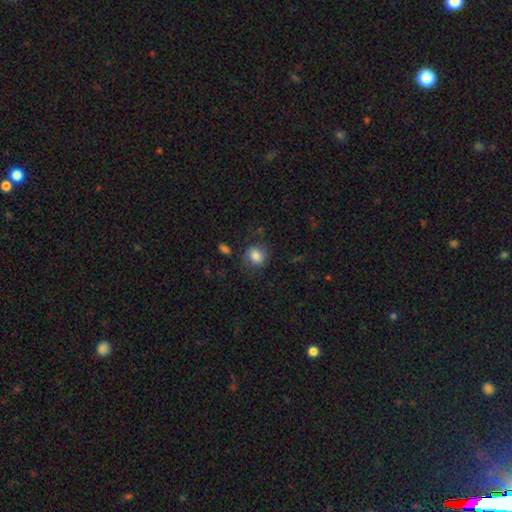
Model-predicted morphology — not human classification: Q: Smooth or featured?
A: smooth (83%); runner-up: star or artifact (10%)
Q: How rounded?
A: round (64%); runner-up: in between (35%)
Q: Merging?
A: none (74%); runner-up: minor disturbance (17%)